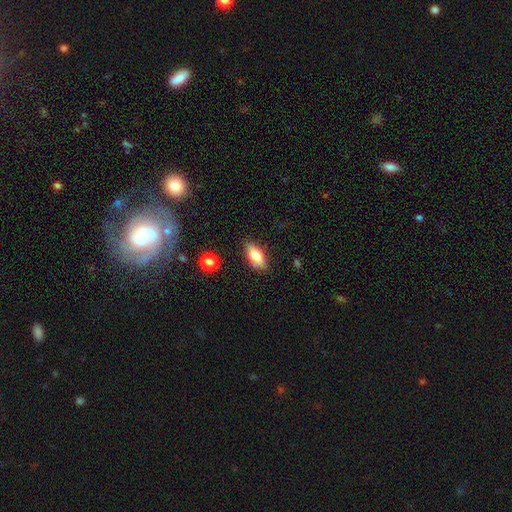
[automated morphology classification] smooth 76%, featured or disk 16%, star or artifact 8%. Down the decision tree: how rounded — in between (81%); merging — none (82%).